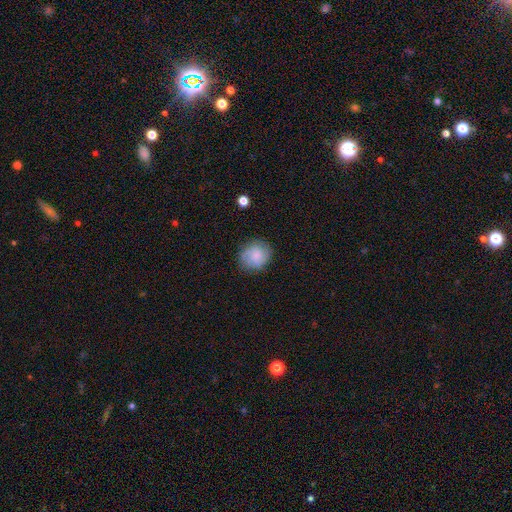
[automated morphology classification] Smooth or featured: smooth — 67% (featured or disk — 25%)
How rounded: round — 77% (in between — 22%)
Merging: none — 78% (minor disturbance — 16%)